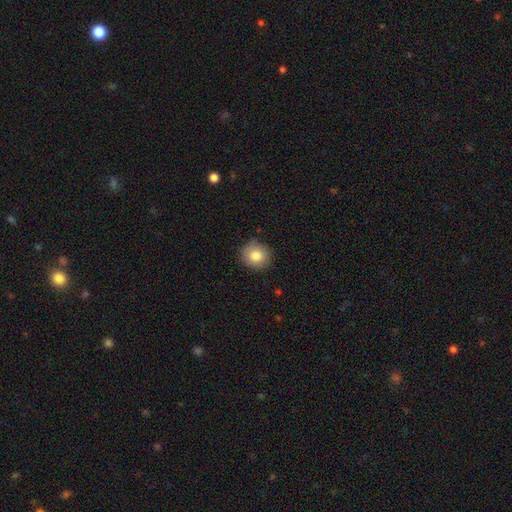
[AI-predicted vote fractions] Smooth or featured: smooth — 83% (star or artifact — 9%)
How rounded: round — 90% (in between — 10%)
Merging: none — 85% (minor disturbance — 11%)